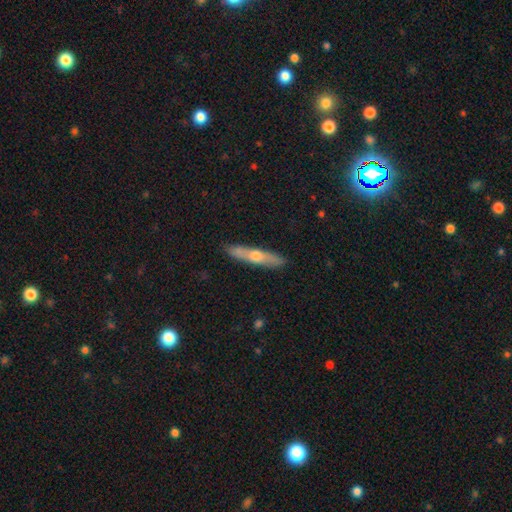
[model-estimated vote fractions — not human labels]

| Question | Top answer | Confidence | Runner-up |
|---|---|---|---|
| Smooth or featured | featured or disk | 50% | smooth (43%) |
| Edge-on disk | yes | 87% | no (13%) |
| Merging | none | 88% | minor disturbance (9%) |